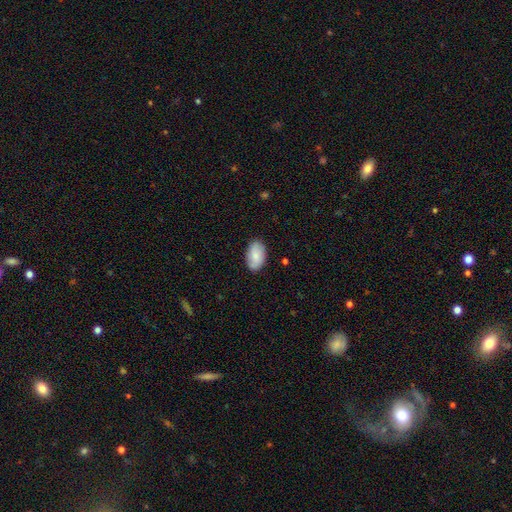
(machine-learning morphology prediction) smooth-or-featured: smooth: 77% | featured or disk: 16% | star or artifact: 6%
  how-rounded: in between: 94% | round: 5% | cigar-shaped: 2%
  merging: none: 84% | minor disturbance: 13% | major disturbance: 2% | merger: 1%